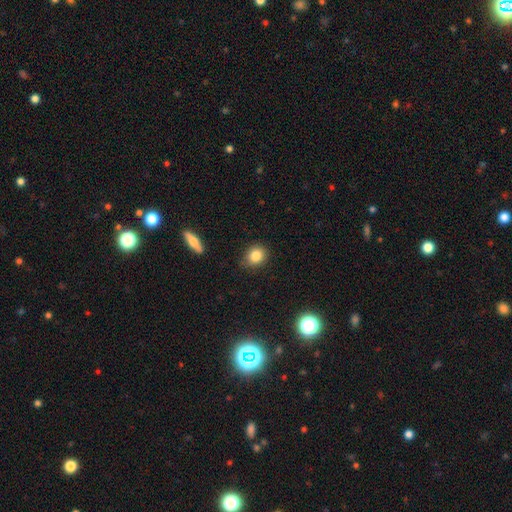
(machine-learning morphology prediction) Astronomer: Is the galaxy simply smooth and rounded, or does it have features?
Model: smooth — 83%.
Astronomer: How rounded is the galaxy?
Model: round — 69%.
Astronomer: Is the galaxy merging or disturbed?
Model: none — 82%.